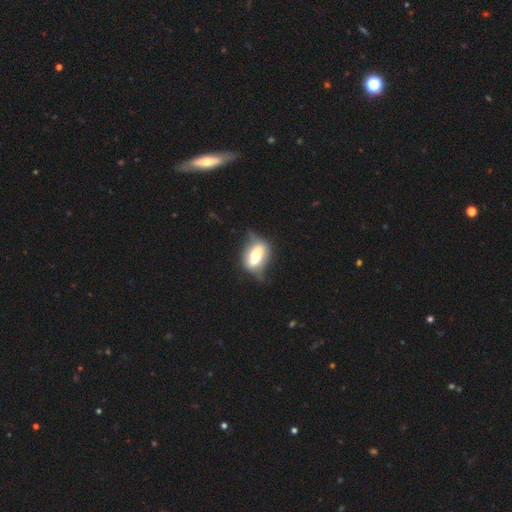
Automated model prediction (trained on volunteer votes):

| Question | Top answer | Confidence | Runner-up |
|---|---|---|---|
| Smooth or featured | smooth | 50% | featured or disk (43%) |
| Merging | none | 41% | minor disturbance (33%) |